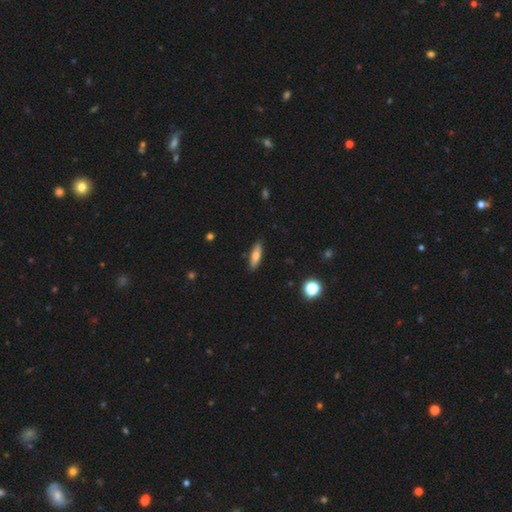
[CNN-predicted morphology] Smooth or featured?
  - smooth: 69% *
  - featured or disk: 24%
  - star or artifact: 7%
How rounded?
  - cigar-shaped: 52% *
  - in between: 45%
  - round: 3%
Merging?
  - none: 89% *
  - minor disturbance: 9%
  - major disturbance: 2%
  - merger: 1%